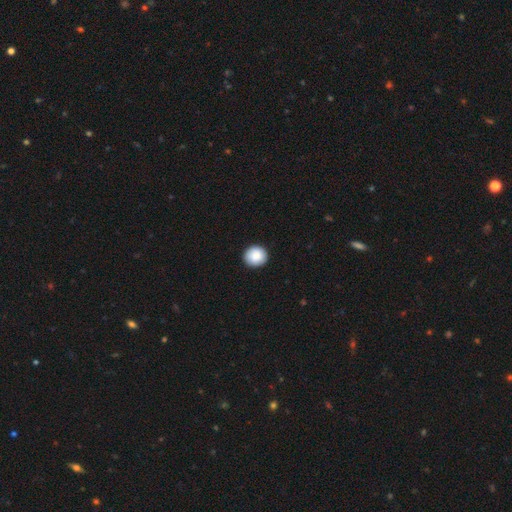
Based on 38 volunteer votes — Smooth or featured? smooth (97%)
How rounded? round (95%)
Merging? none (95%)